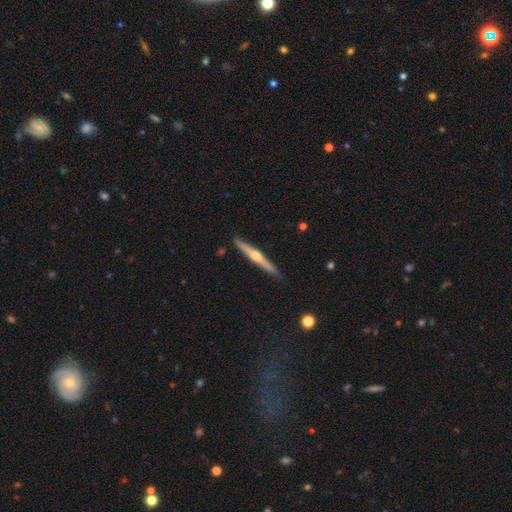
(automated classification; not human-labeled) A featured or disk galaxy (73%) viewed edge-on (98%) with a rounded central bulge (89%). Merging: none (90%).